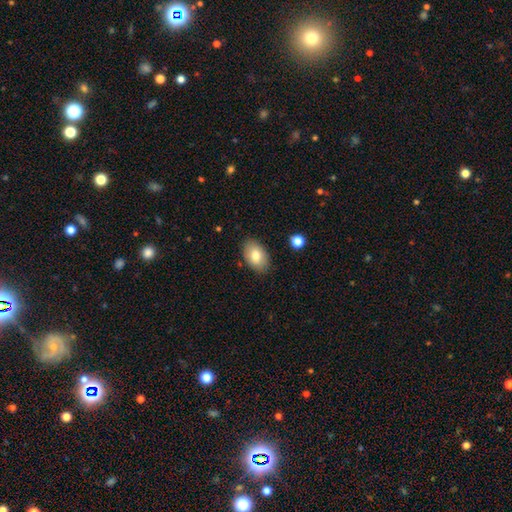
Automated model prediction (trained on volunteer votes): A smooth galaxy with no disk features (78%) that is in between round and cigar-shaped (90%).

Vote fractions:
- Smooth or featured? smooth: 78% / featured or disk: 15% / star or artifact: 7%
- How rounded? in between: 90% / round: 8% / cigar-shaped: 1%
- Merging? none: 86% / minor disturbance: 11% / major disturbance: 2% / merger: 1%